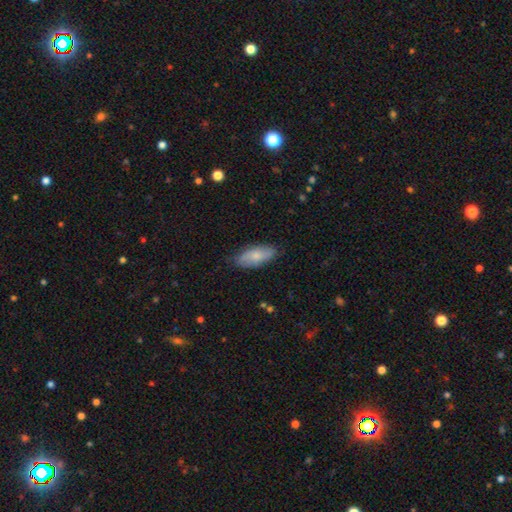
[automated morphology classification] The model was most divided on "smooth or featured": smooth: 73%, featured or disk: 21%, star or artifact: 6%. More confident: merging — none (82%); how rounded — in between (82%).